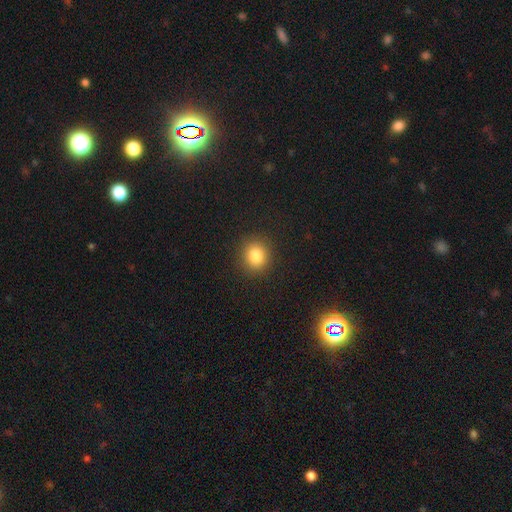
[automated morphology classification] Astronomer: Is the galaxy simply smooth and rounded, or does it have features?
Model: smooth — 83%.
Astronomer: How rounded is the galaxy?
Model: round — 84%.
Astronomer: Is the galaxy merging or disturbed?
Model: none — 90%.